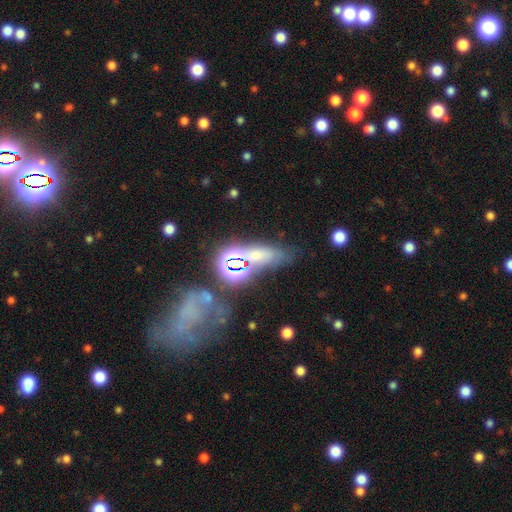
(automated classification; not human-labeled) Morphology: type=smooth (48%); merging=none (56%).